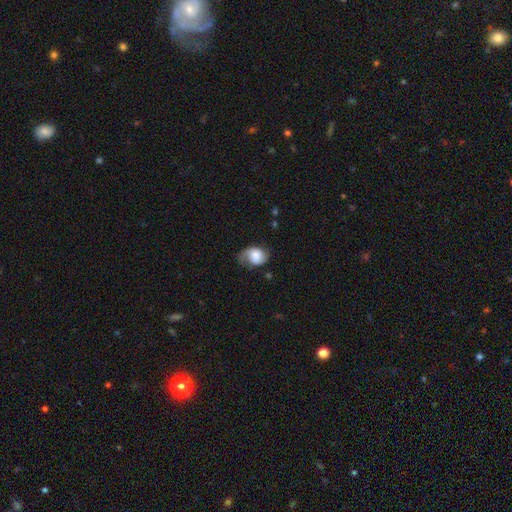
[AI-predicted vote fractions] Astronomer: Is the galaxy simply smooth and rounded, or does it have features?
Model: smooth — 55% (runner-up: featured or disk, 37%).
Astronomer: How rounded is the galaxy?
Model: in between — 63%.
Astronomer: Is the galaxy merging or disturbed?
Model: none — 41% (runner-up: minor disturbance, 35%).